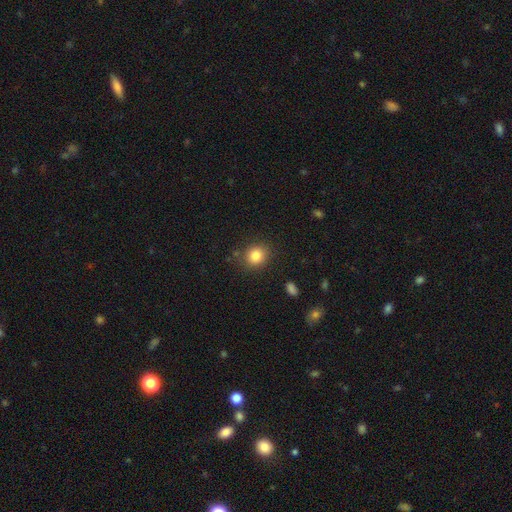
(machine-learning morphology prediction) Smooth or featured?
  - smooth: 84% *
  - star or artifact: 10%
  - featured or disk: 6%
How rounded?
  - round: 76% *
  - in between: 23%
  - cigar-shaped: 1%
Merging?
  - none: 84% *
  - minor disturbance: 10%
  - major disturbance: 3%
  - merger: 3%